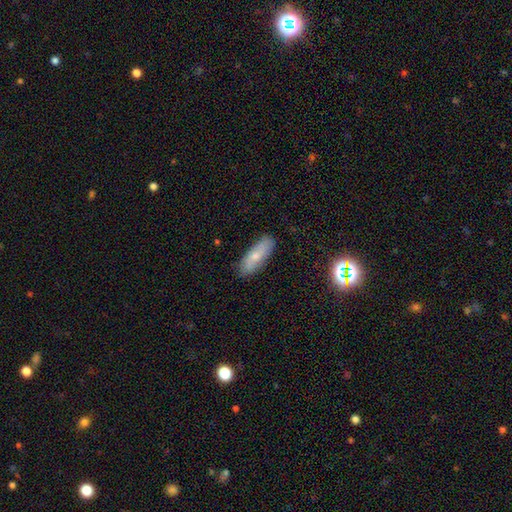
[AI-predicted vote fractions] Smooth or featured? smooth (64%)
How rounded? in between (57%)
Merging? none (83%)